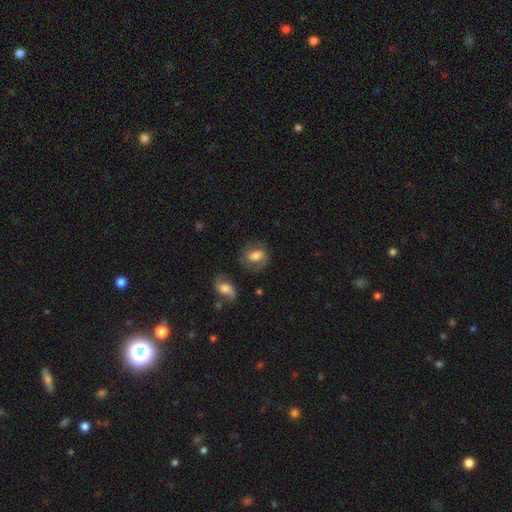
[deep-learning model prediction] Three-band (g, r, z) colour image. It shows a featured or disk galaxy (51%). Merging: none (64%).